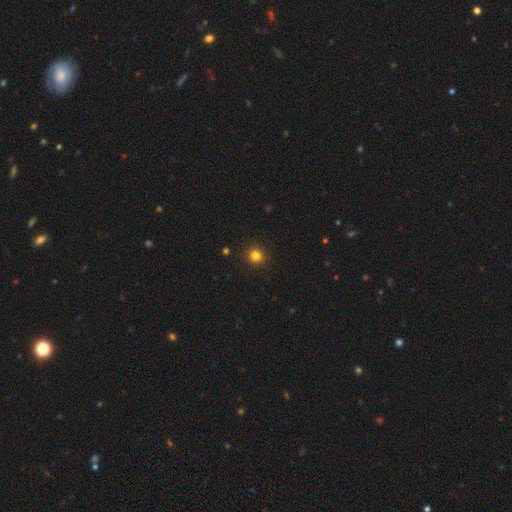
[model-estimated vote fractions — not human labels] Overall: smooth (82%). How rounded: round (93%). Merging: none (92%).